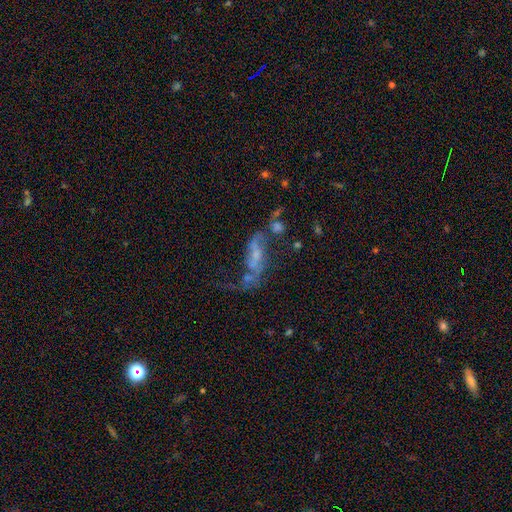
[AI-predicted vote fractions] smooth-or-featured: featured or disk: 63% | smooth: 23% | star or artifact: 14%
  disk-edge-on: no: 84% | yes: 16%
    bar: no: 51% | weak: 32% | strong: 16%
    has-spiral-arms: yes: 61% | no: 39%
    bulge-size: small: 40% | none: 32% | moderate: 23% | large: 4% | dominant: 2%
  merging: major disturbance: 35% | none: 28% | merger: 21% | minor disturbance: 16%